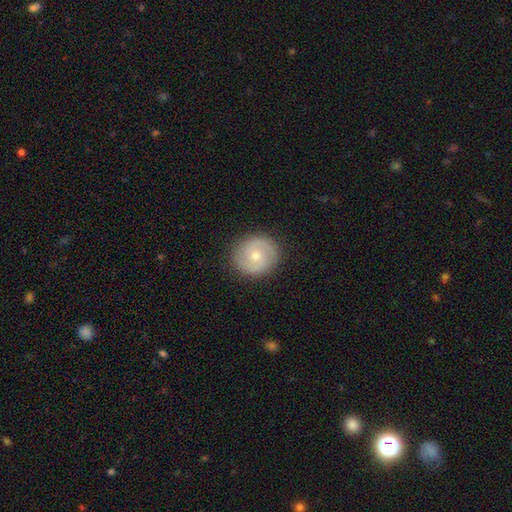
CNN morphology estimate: The model was most divided on "smooth or featured": smooth: 49%, featured or disk: 44%, star or artifact: 7%. More confident: merging — none (88%).